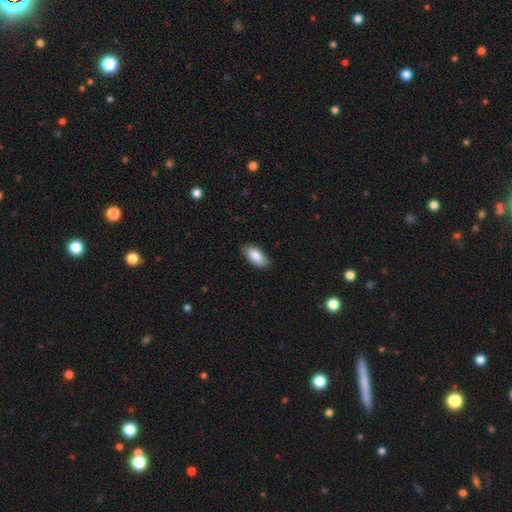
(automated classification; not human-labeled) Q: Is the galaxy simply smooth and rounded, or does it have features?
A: smooth — 87%.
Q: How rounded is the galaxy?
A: in between — 92%.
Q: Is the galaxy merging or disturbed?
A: none — 83%.